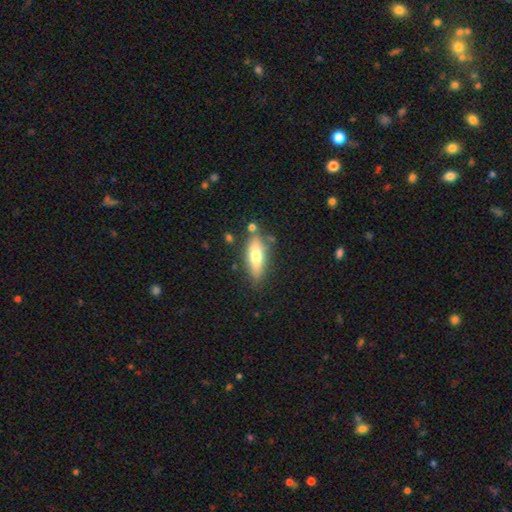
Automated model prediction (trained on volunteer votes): smooth 62%, featured or disk 31%, star or artifact 7%. Down the decision tree: how rounded — in between (57%); merging — none (74%).